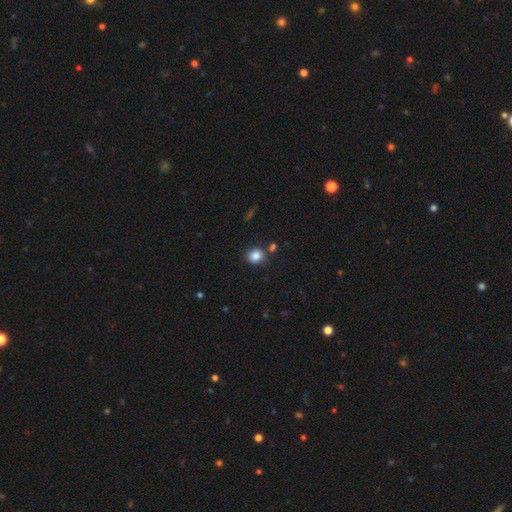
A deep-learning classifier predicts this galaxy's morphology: A smooth galaxy with no disk features (85%) that is round (74%). Merging: none (80%).